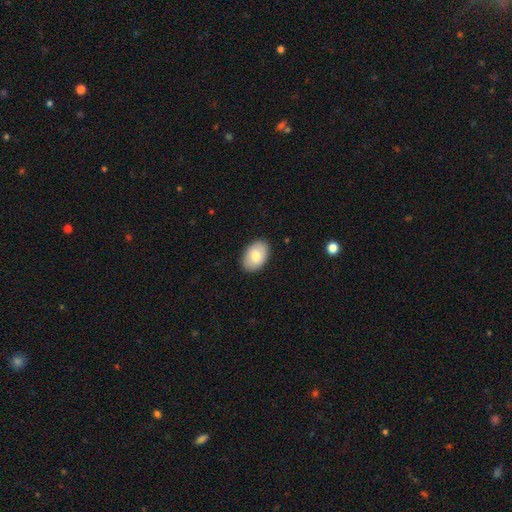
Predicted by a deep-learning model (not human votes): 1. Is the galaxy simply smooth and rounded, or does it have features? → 79% smooth, 15% featured or disk, 6% star or artifact.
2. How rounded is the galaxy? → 88% in between, 11% round, 1% cigar-shaped.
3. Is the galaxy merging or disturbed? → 89% none, 8% minor disturbance, 2% major disturbance, 1% merger.